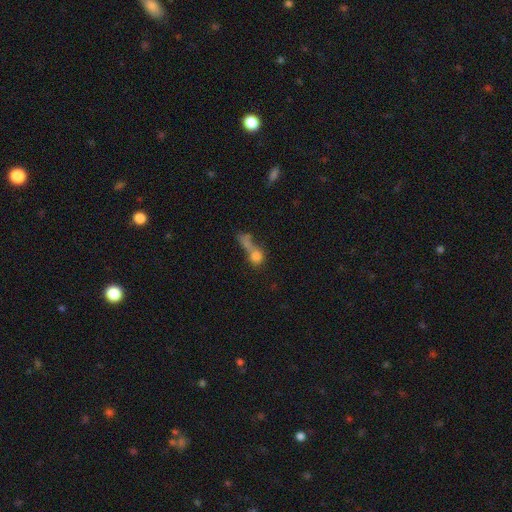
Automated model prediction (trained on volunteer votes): This is possibly a smooth galaxy (55%). How rounded: possibly round (56%). Merging: marginally merger (44%).